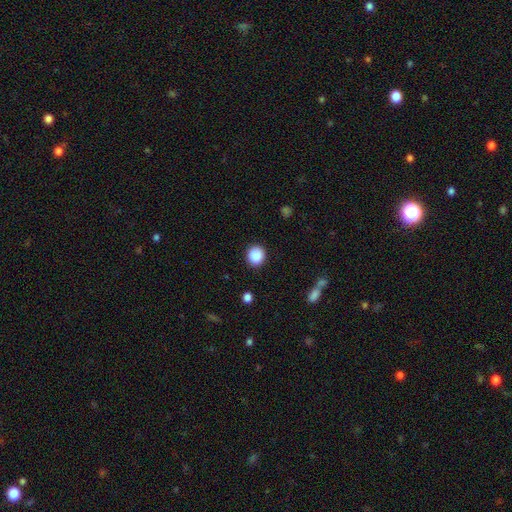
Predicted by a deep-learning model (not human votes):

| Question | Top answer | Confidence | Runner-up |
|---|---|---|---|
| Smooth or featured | smooth | 88% | star or artifact (9%) |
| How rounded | round | 86% | in between (13%) |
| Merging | none | 88% | minor disturbance (8%) |